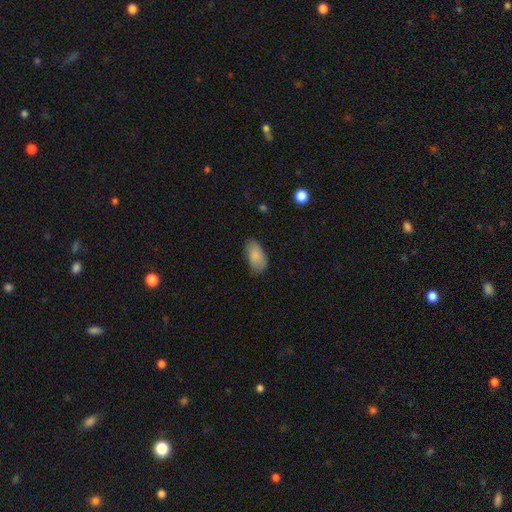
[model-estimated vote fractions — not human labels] A smooth galaxy with no disk features (86%) that is in between round and cigar-shaped (94%). Merging: none (79%).